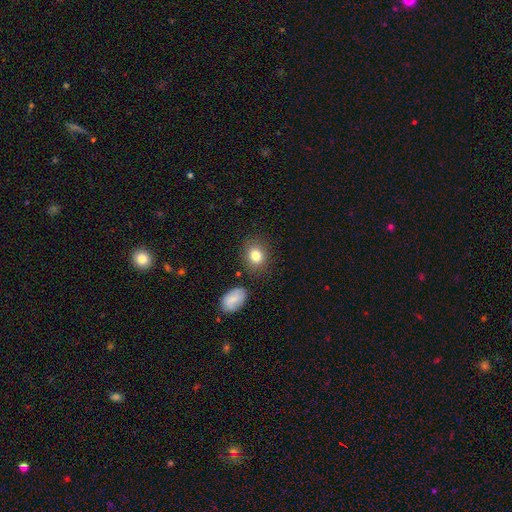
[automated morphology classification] Smooth or featured: smooth — 81% (star or artifact — 10%)
How rounded: round — 57% (in between — 42%)
Merging: none — 80% (minor disturbance — 12%)